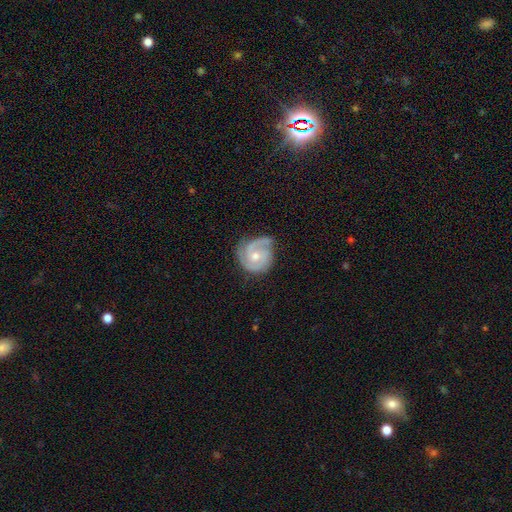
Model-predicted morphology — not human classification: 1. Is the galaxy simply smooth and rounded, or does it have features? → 84% featured or disk, 11% smooth, 5% star or artifact.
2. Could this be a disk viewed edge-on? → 98% no, 2% yes.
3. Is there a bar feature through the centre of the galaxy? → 67% no, 28% weak, 5% strong.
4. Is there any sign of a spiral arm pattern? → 96% yes, 4% no.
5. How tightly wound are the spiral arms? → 53% tight, 38% medium, 9% loose.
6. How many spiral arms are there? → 56% 2, 21% 3, 10% can't tell, 8% 1, 3% 4, 2% more than 4.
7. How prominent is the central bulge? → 53% moderate, 43% small, 1% large, 1% none, 1% dominant.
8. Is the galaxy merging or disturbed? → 65% none, 25% minor disturbance, 9% major disturbance, 2% merger.